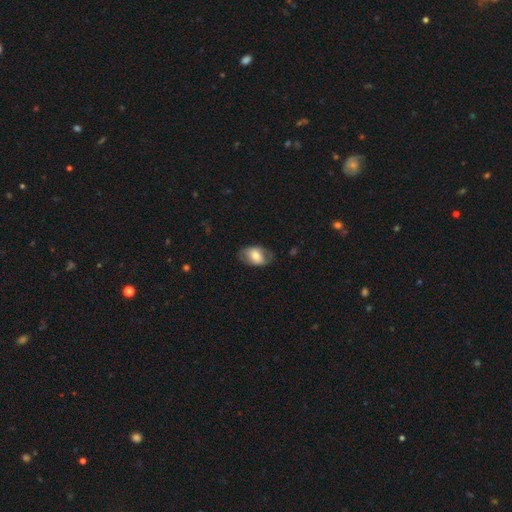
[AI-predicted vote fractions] Smooth or featured?
  - smooth: 57% *
  - featured or disk: 37%
  - star or artifact: 7%
How rounded?
  - in between: 87% *
  - round: 12%
  - cigar-shaped: 2%
Merging?
  - none: 70% *
  - minor disturbance: 20%
  - major disturbance: 9%
  - merger: 1%